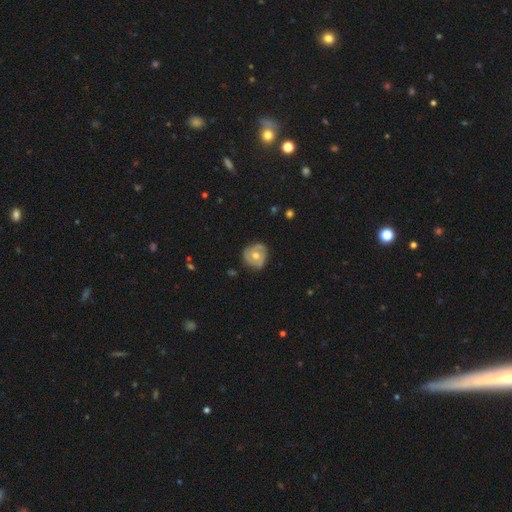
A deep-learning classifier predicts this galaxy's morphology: This is possibly a featured or disk galaxy (59%). It is clearly not viewed edge-on (97%). Bar: likely no (78%). Spiral arm pattern: likely yes (67%). Central bulge: likely moderate (77%). Merging: likely none (67%).